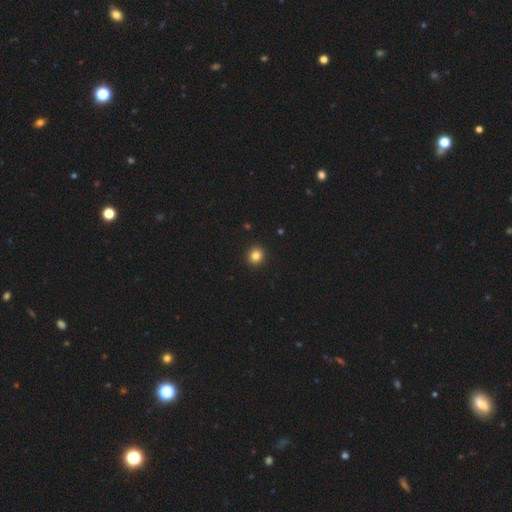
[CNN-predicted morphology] Smooth or featured? Predicted: smooth (p=0.84). How rounded? Predicted: round (p=0.92). Merging? Predicted: none (p=0.94).